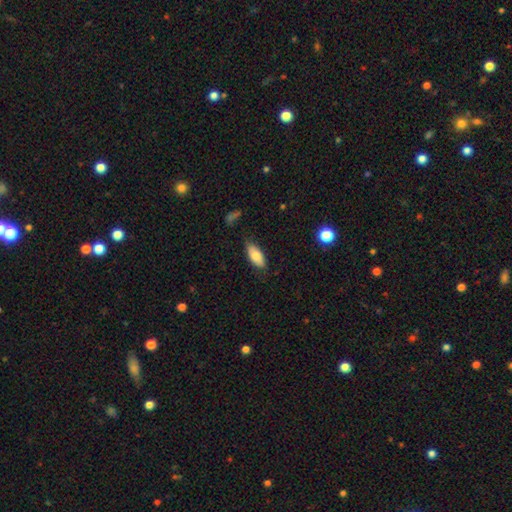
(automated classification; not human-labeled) A smooth galaxy with no disk features (80%) that is in between round and cigar-shaped (86%).

Vote fractions:
- Smooth or featured? smooth: 80% / featured or disk: 14% / star or artifact: 7%
- How rounded? in between: 86% / cigar-shaped: 12% / round: 2%
- Merging? none: 80% / minor disturbance: 16% / major disturbance: 3% / merger: 2%